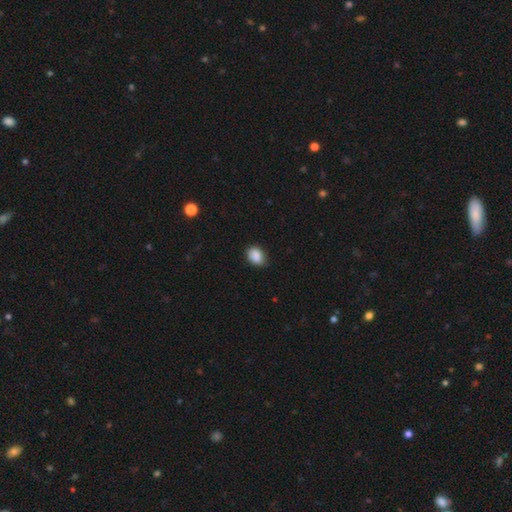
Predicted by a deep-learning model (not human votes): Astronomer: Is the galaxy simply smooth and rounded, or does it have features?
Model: smooth — 87%.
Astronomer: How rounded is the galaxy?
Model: in between — 72%.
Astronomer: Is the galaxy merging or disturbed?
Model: none — 76%.